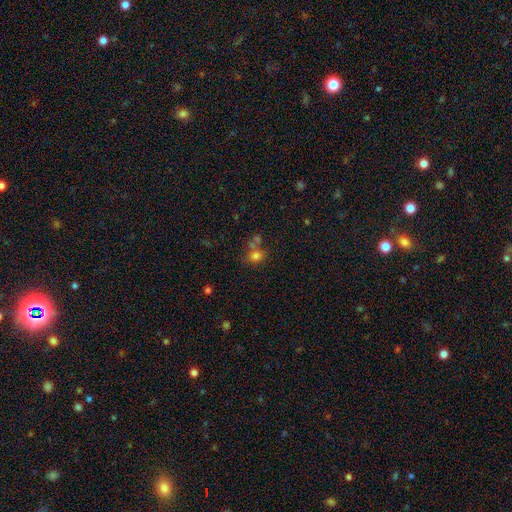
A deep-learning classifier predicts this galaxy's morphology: smooth-or-featured: smooth: 74% | star or artifact: 16% | featured or disk: 10%
  how-rounded: round: 60% | in between: 39% | cigar-shaped: 1%
  merging: none: 50% | merger: 30% | minor disturbance: 13% | major disturbance: 7%